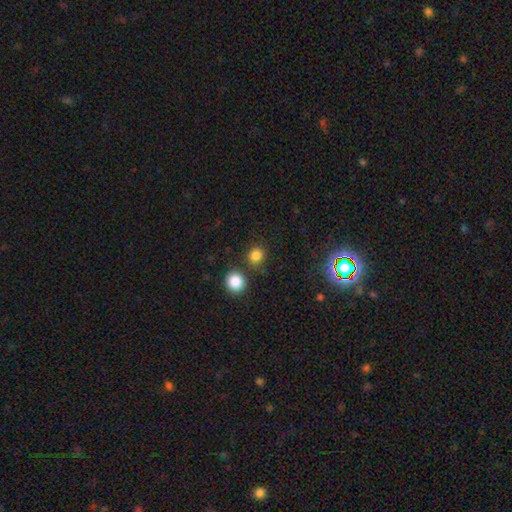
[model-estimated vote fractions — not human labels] smooth 83%, star or artifact 13%, featured or disk 4%. Down the decision tree: how rounded — round (88%); merging — none (76%).